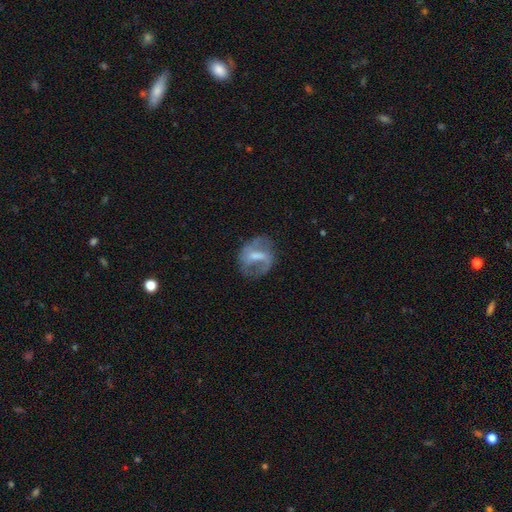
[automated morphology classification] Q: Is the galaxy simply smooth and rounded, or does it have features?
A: featured or disk — 69%.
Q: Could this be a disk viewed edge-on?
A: no — 96%.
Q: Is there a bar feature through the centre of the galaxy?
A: weak — 45%.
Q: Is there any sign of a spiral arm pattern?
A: yes — 72%.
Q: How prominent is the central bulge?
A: moderate — 37%.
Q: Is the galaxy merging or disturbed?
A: none — 60%.